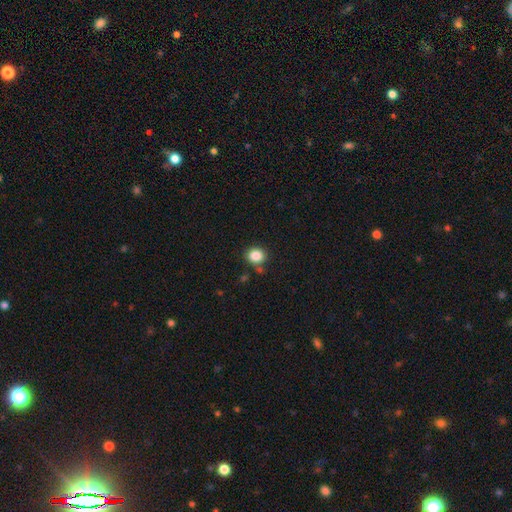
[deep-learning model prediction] Smooth or featured: smooth — 86% (star or artifact — 10%)
How rounded: round — 76% (in between — 23%)
Merging: none — 79% (minor disturbance — 12%)